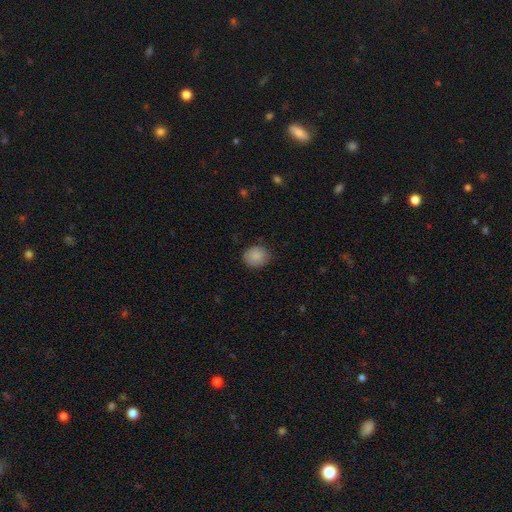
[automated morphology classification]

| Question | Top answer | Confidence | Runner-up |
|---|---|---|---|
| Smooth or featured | smooth | 88% | star or artifact (8%) |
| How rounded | round | 70% | in between (29%) |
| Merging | none | 82% | minor disturbance (14%) |